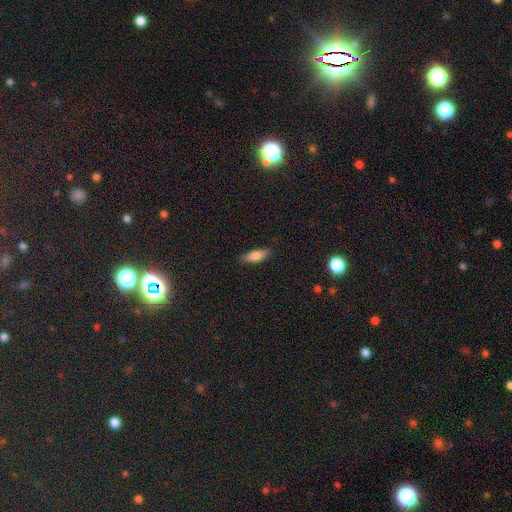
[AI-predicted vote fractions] Smooth or featured?
  - smooth: 75% *
  - featured or disk: 17%
  - star or artifact: 8%
How rounded?
  - in between: 66% *
  - cigar-shaped: 31%
  - round: 3%
Merging?
  - none: 84% *
  - minor disturbance: 12%
  - major disturbance: 2%
  - merger: 1%